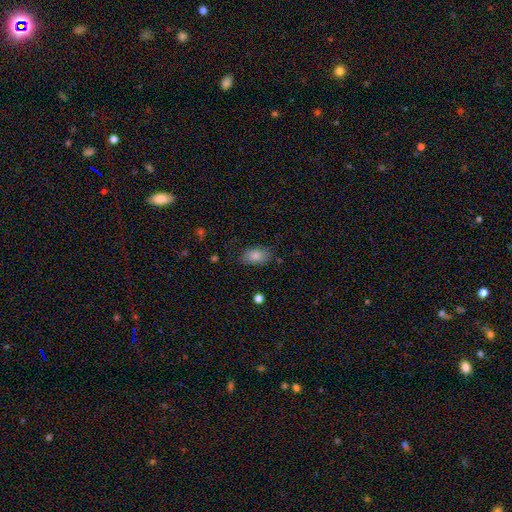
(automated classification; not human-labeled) Smooth or featured?
  - smooth: 85% *
  - star or artifact: 8%
  - featured or disk: 7%
How rounded?
  - in between: 89% *
  - round: 9%
  - cigar-shaped: 2%
Merging?
  - none: 75% *
  - minor disturbance: 18%
  - major disturbance: 5%
  - merger: 2%